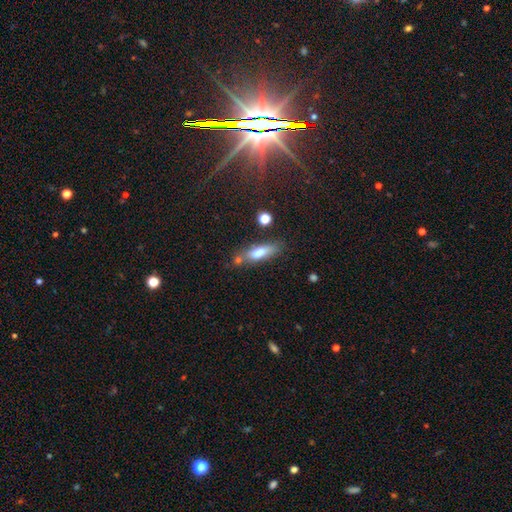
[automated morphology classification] Smooth or featured? smooth (69%)
How rounded? cigar-shaped (55%)
Merging? none (63%)